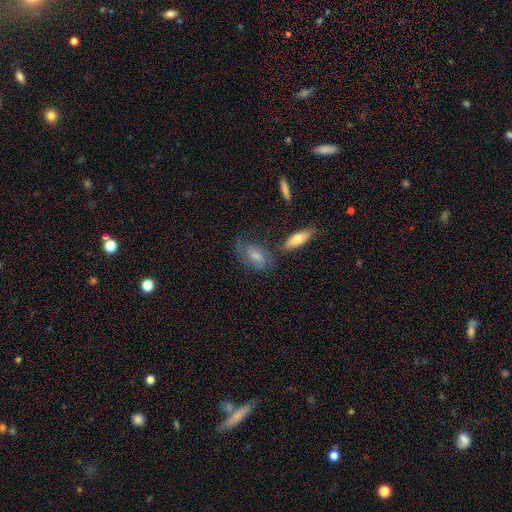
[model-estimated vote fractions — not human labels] smooth-or-featured: featured or disk: 56% | smooth: 33% | star or artifact: 11%
  disk-edge-on: no: 89% | yes: 11%
  merging: none: 58% | minor disturbance: 22% | major disturbance: 12% | merger: 8%